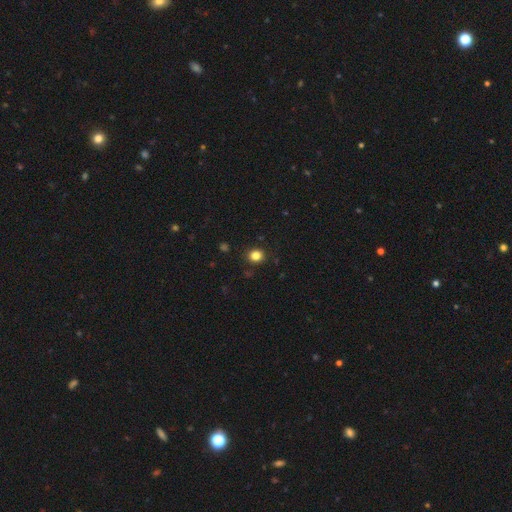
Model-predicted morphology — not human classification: Smooth or featured? Predicted: smooth (p=0.83). How rounded? Predicted: round (p=0.78). Merging? Predicted: none (p=0.90).